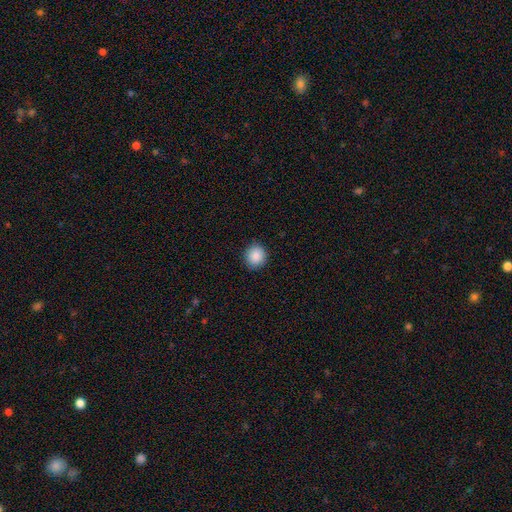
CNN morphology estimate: A smooth galaxy with no disk features (89%) that is round (85%). Merging: none (89%).